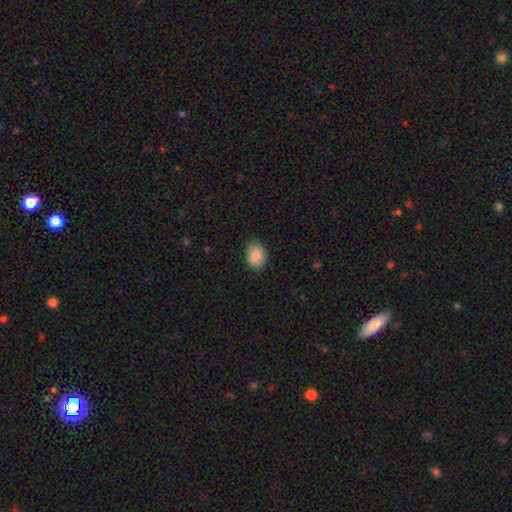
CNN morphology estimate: A smooth galaxy with no disk features (87%) that is in between round and cigar-shaped (64%).

Vote fractions:
- Smooth or featured? smooth: 87% / star or artifact: 7% / featured or disk: 6%
- How rounded? in between: 64% / round: 35% / cigar-shaped: 1%
- Merging? none: 86% / minor disturbance: 10% / major disturbance: 2% / merger: 1%